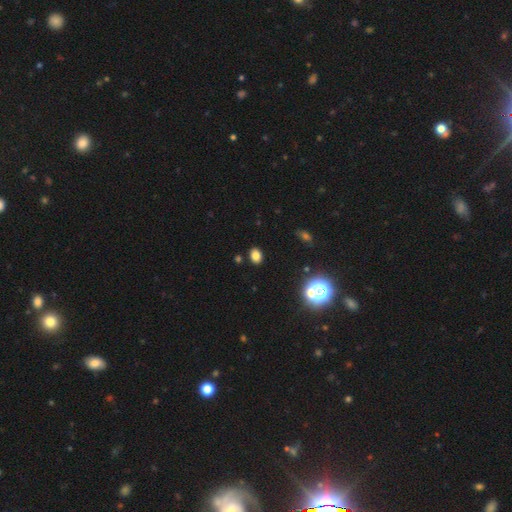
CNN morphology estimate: This appears to be a smooth galaxy with no disk features (78%) that is in between round and cigar-shaped (70%). Merging: none (88%).